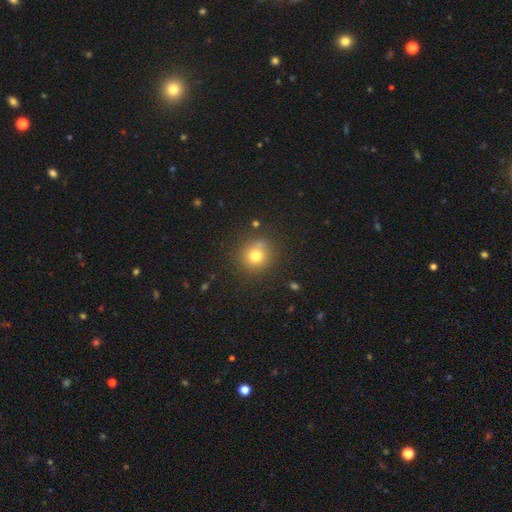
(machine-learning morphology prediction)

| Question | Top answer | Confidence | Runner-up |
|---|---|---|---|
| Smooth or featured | smooth | 75% | star or artifact (14%) |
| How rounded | round | 91% | in between (8%) |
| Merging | none | 77% | minor disturbance (13%) |